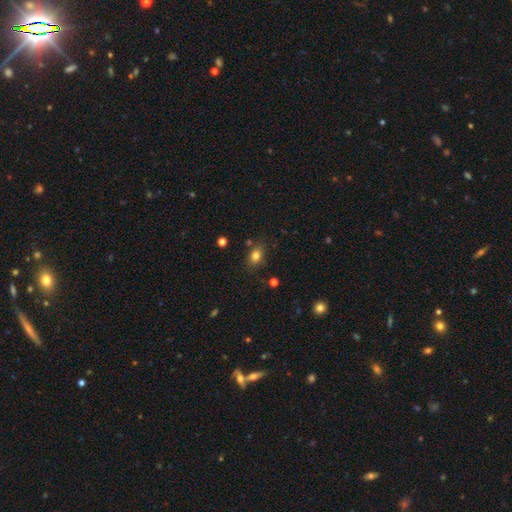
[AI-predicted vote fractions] smooth 80%, star or artifact 13%, featured or disk 7%. Down the decision tree: how rounded — in between (64%); merging — none (77%).